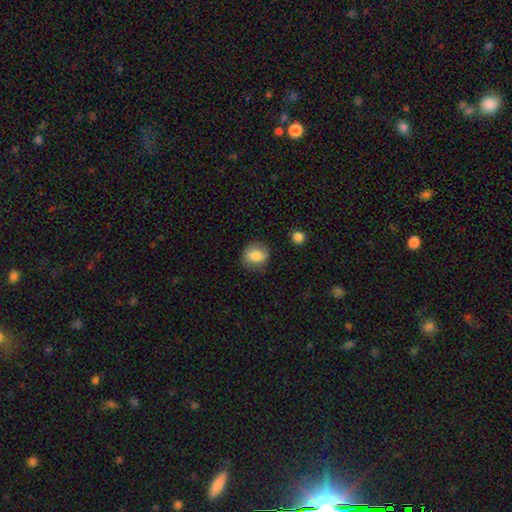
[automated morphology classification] A smooth galaxy with no disk features (83%) that is round (56%).

Vote fractions:
- Smooth or featured? smooth: 83% / star or artifact: 9% / featured or disk: 8%
- How rounded? round: 56% / in between: 42% / cigar-shaped: 1%
- Merging? none: 77% / minor disturbance: 16% / major disturbance: 5% / merger: 2%